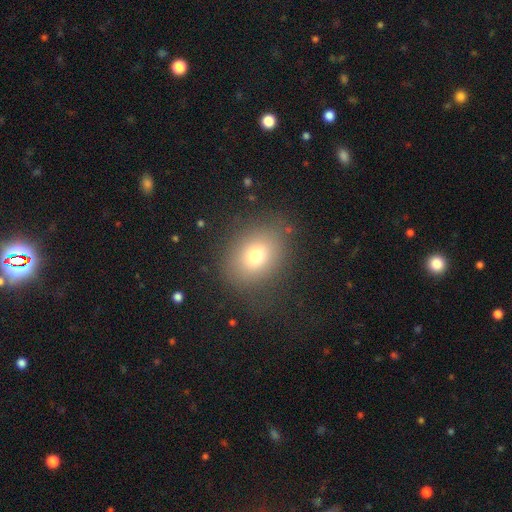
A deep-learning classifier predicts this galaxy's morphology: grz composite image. It shows a smooth galaxy with no disk features (74%) that is in between round and cigar-shaped (55%). Merging: none (78%).